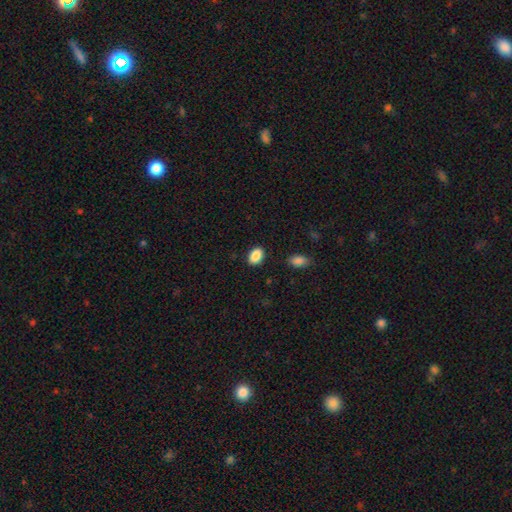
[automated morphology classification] The model was most divided on "how rounded": in between: 82%, round: 17%, cigar-shaped: 1%. More confident: smooth or featured — smooth (89%); merging — none (87%).